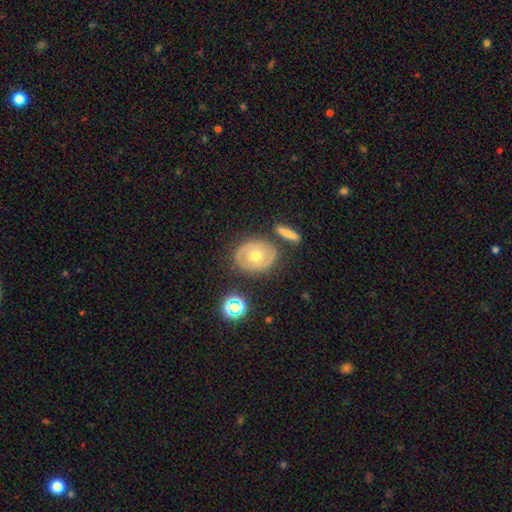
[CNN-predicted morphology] smooth_or_featured: featured or disk (p=0.55) [alt: smooth p=0.36]
disk_edge_on: no (p=0.94) [alt: yes p=0.06]
bar: no (p=0.83) [alt: weak p=0.13]
has_spiral_arms: yes (p=0.52) [alt: no p=0.48]
bulge_size: moderate (p=0.71) [alt: small p=0.22]
merging: none (p=0.76) [alt: minor disturbance p=0.13]